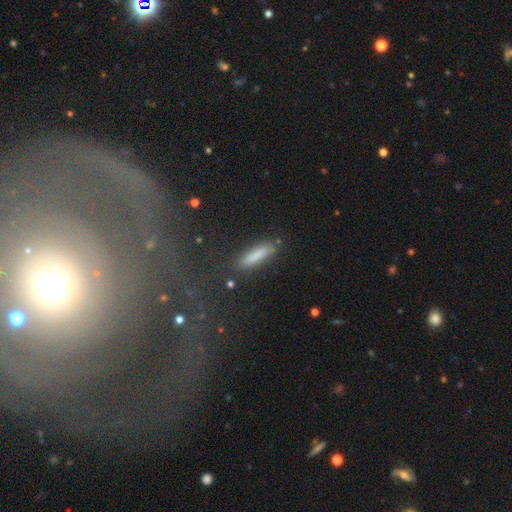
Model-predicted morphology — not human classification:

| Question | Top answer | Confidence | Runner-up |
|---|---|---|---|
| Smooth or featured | smooth | 79% | featured or disk (12%) |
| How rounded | cigar-shaped | 81% | in between (17%) |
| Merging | none | 82% | minor disturbance (12%) |